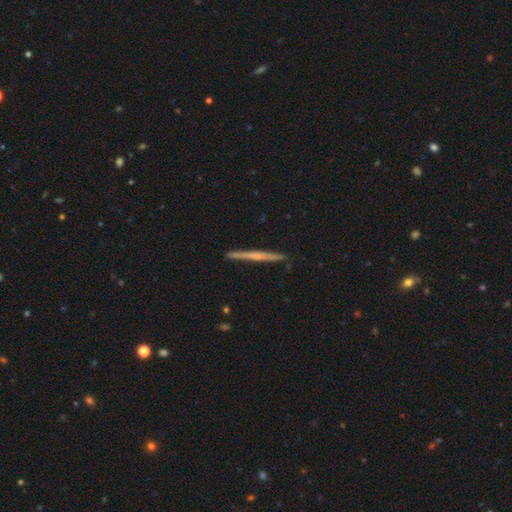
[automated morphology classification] type=featured or disk (62%); edge-on=yes (98%); edge-on bulge=none (65%); merging=none (91%).